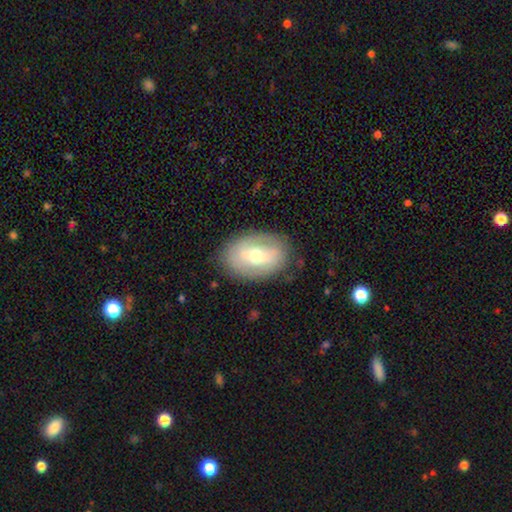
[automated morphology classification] This appears to be a featured or disk galaxy (54%). Merging: none (81%).